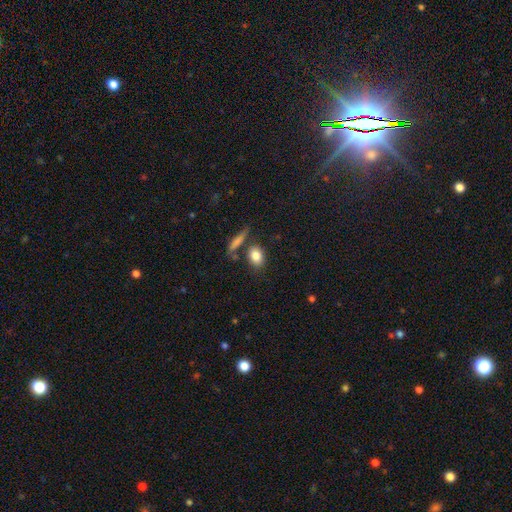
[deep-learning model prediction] The model was most divided on "how rounded": in between: 71%, round: 25%, cigar-shaped: 4%. More confident: smooth or featured — smooth (82%); merging — none (68%).